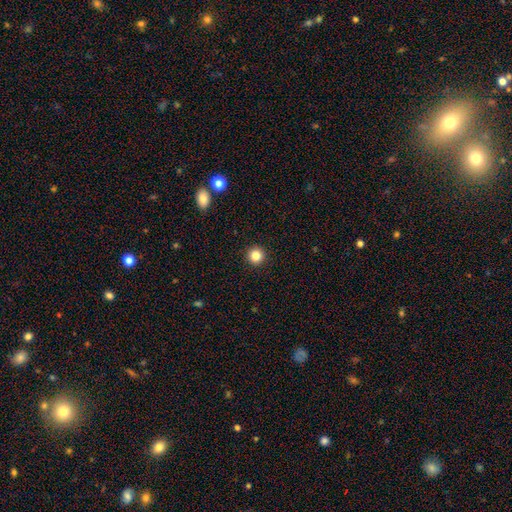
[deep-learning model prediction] smooth_or_featured: smooth (p=0.84) [alt: star or artifact p=0.11]
how_rounded: round (p=0.96) [alt: in between p=0.03]
merging: none (p=0.93) [alt: minor disturbance p=0.04]